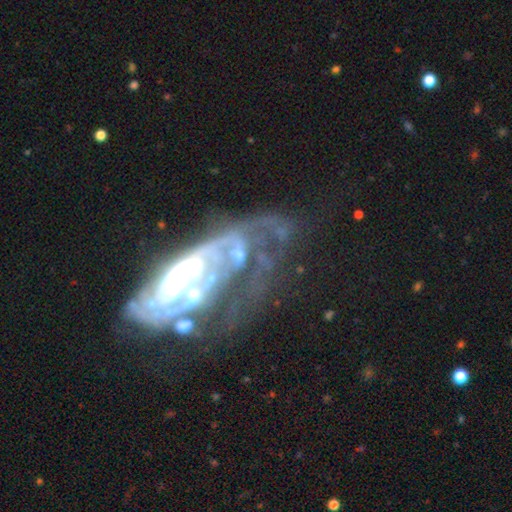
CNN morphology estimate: smooth-or-featured: featured or disk: 78% | star or artifact: 12% | smooth: 10%
  disk-edge-on: no: 91% | yes: 9%
    bar: no: 58% | weak: 23% | strong: 19%
    has-spiral-arms: yes: 71% | no: 29%
      spiral-winding: tight: 51% | medium: 31% | loose: 19%
      spiral-arm-count: can't tell: 45% | 2: 23% | 1: 14% | 3: 9% | 4: 5% | more than 4: 5%
    bulge-size: moderate: 34% | small: 21% | none: 21% | large: 19% | dominant: 5%
  merging: major disturbance: 43% | none: 26% | minor disturbance: 17% | merger: 13%